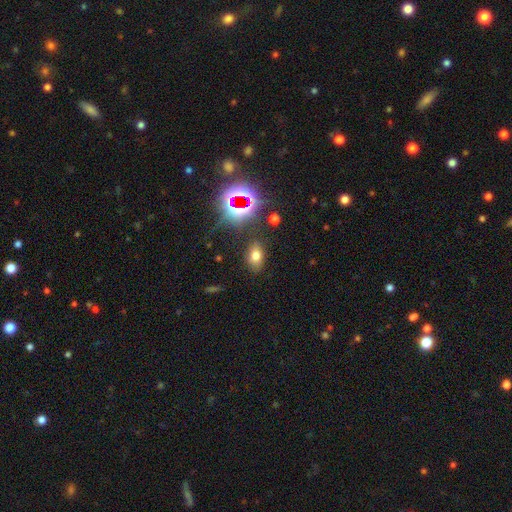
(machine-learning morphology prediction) This appears to be a smooth galaxy with no disk features (64%) that is in between round and cigar-shaped (84%). Merging: none (82%).